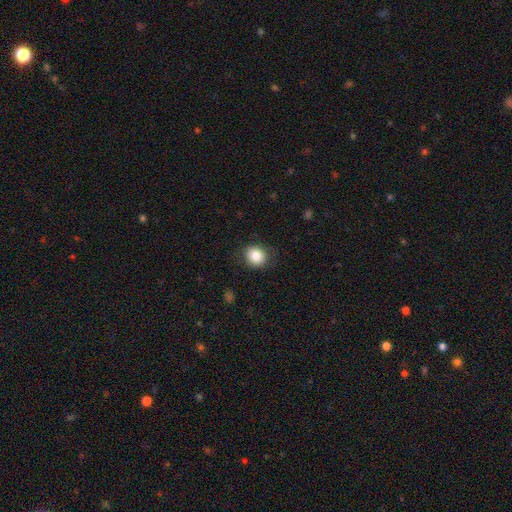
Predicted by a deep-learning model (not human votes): Q: Smooth or featured?
A: smooth (84%); runner-up: star or artifact (10%)
Q: How rounded?
A: round (80%); runner-up: in between (19%)
Q: Merging?
A: none (85%); runner-up: minor disturbance (11%)